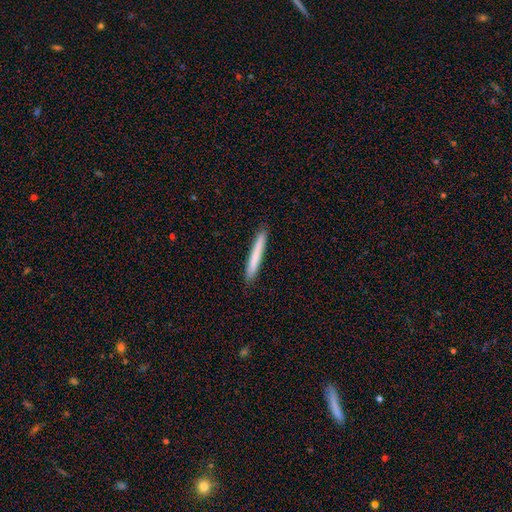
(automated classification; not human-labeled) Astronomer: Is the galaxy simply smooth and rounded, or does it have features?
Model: smooth — 74%.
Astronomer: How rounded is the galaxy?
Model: cigar-shaped — 97%.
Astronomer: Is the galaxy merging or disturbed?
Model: none — 90%.